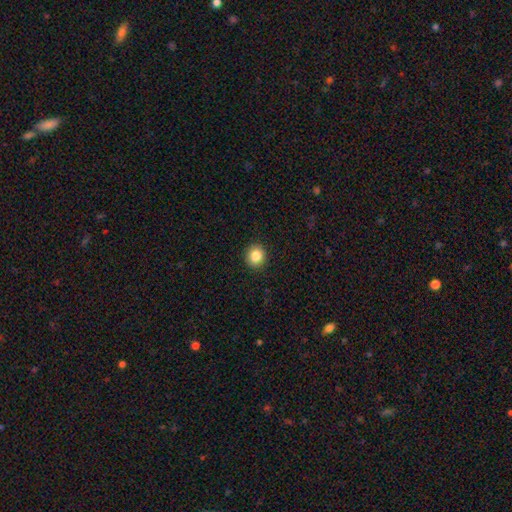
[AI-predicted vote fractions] Overall: smooth (85%). How rounded: round (85%). Merging: none (92%).